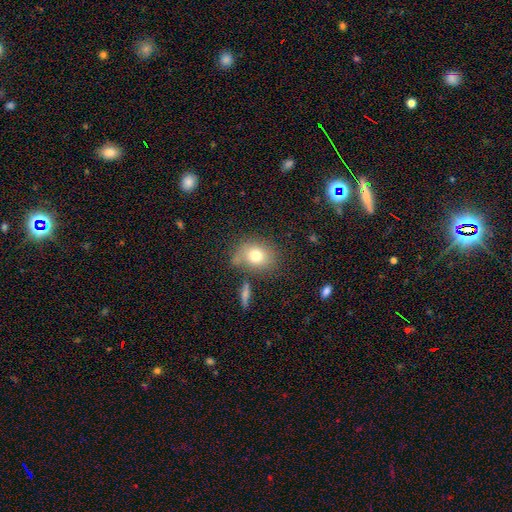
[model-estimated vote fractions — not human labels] Q: Smooth or featured?
A: smooth (76%); runner-up: featured or disk (13%)
Q: How rounded?
A: round (56%); runner-up: in between (43%)
Q: Merging?
A: none (68%); runner-up: minor disturbance (17%)